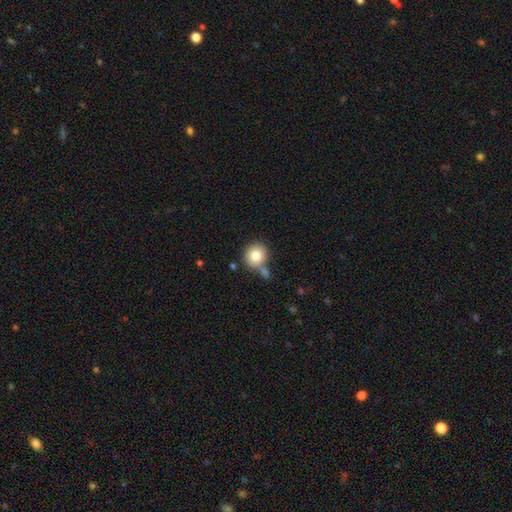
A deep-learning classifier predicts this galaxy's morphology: Smooth or featured? smooth (81%)
How rounded? round (89%)
Merging? none (62%)